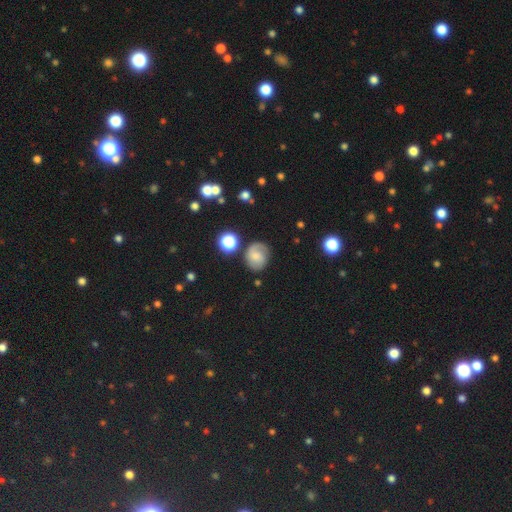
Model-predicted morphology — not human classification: Overall: featured or disk (46%; smooth 42%). Merging: none (68%).